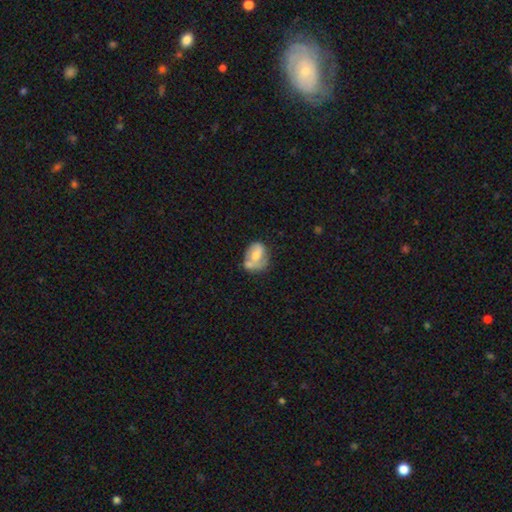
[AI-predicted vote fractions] Overall: featured or disk (47%; smooth 46%). Merging: none (35%; minor disturbance 26%).